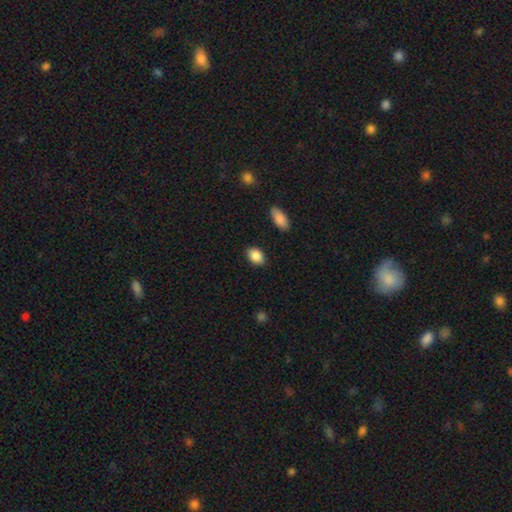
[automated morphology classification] type=smooth (88%); roundness=in between (85%); merging=none (87%).